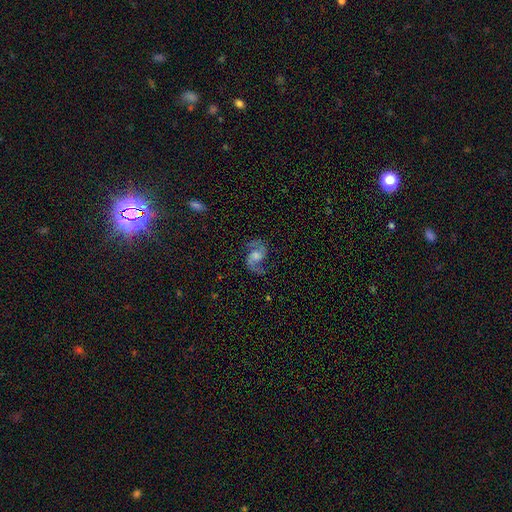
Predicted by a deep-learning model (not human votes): Smooth or featured?
  - featured or disk: 86% *
  - star or artifact: 7%
  - smooth: 7%
Edge-on disk?
  - no: 98% *
  - yes: 2%
Bar?
  - no: 55% *
  - weak: 36%
  - strong: 8%
Spiral arms?
  - yes: 97% *
  - no: 3%
Spiral winding?
  - medium: 50% *
  - loose: 39%
  - tight: 11%
Spiral arm count?
  - 2: 93% *
  - 1: 2%
  - can't tell: 2%
  - 3: 1%
  - 4: 1%
  - more than 4: 1%
Bulge size?
  - moderate: 46% *
  - small: 24%
  - large: 17%
  - none: 10%
  - dominant: 2%
Merging?
  - none: 76% *
  - minor disturbance: 14%
  - major disturbance: 9%
  - merger: 2%